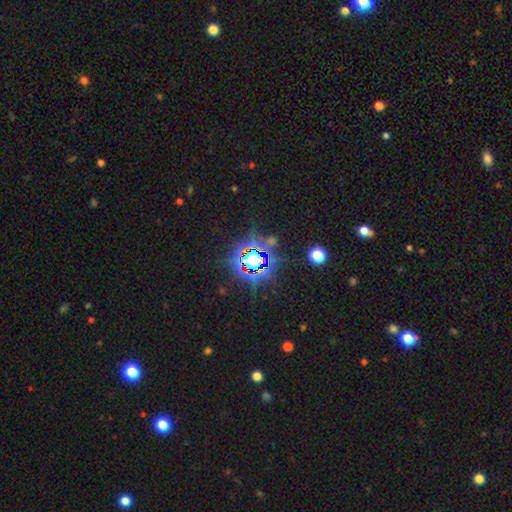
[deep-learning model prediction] Overall: star or artifact (81%).